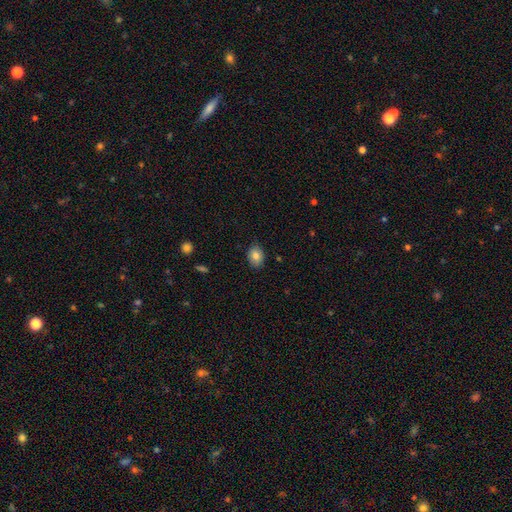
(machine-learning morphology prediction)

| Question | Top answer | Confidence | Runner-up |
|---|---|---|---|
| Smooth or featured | smooth | 83% | star or artifact (9%) |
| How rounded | in between | 63% | round (36%) |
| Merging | none | 83% | minor disturbance (14%) |